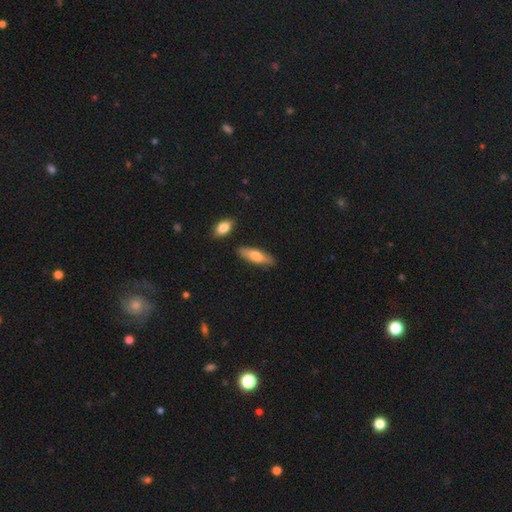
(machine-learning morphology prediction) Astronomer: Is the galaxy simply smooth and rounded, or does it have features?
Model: smooth — 70%.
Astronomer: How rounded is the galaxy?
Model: cigar-shaped — 54% (runner-up: in between, 44%).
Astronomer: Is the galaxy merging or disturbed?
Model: none — 84%.